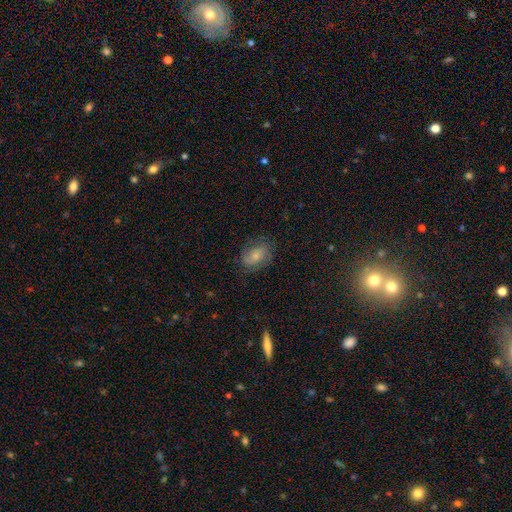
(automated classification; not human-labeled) A smooth galaxy with no disk features (56%) that is in between round and cigar-shaped (76%). Merging: none (72%).